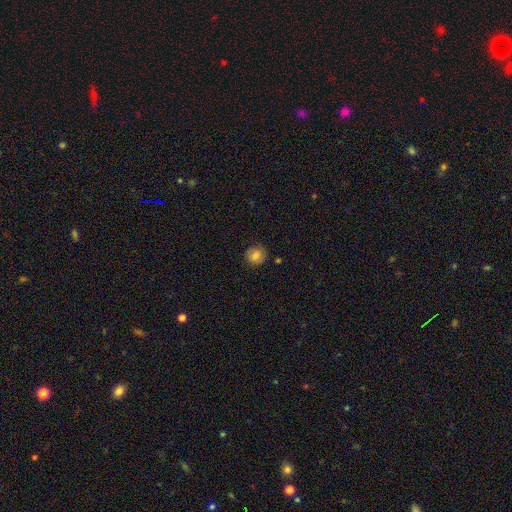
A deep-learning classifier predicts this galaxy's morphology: Smooth or featured?
  - smooth: 73% *
  - featured or disk: 16%
  - star or artifact: 10%
How rounded?
  - round: 87% *
  - in between: 12%
  - cigar-shaped: 1%
Merging?
  - none: 86% *
  - minor disturbance: 10%
  - major disturbance: 3%
  - merger: 1%